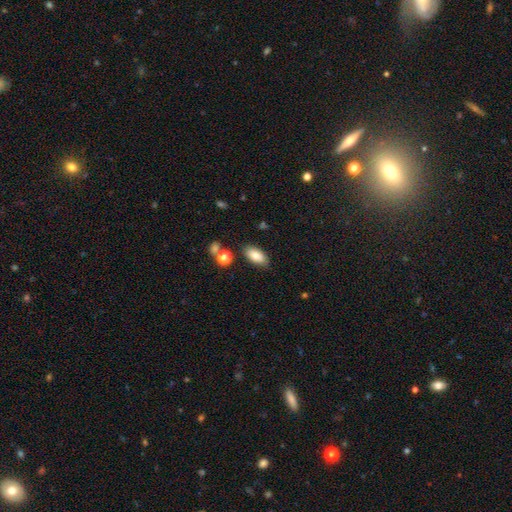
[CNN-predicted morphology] smooth-or-featured: smooth: 83% | featured or disk: 9% | star or artifact: 8%
  how-rounded: in between: 91% | cigar-shaped: 5% | round: 3%
  merging: none: 82% | minor disturbance: 11% | merger: 4% | major disturbance: 3%